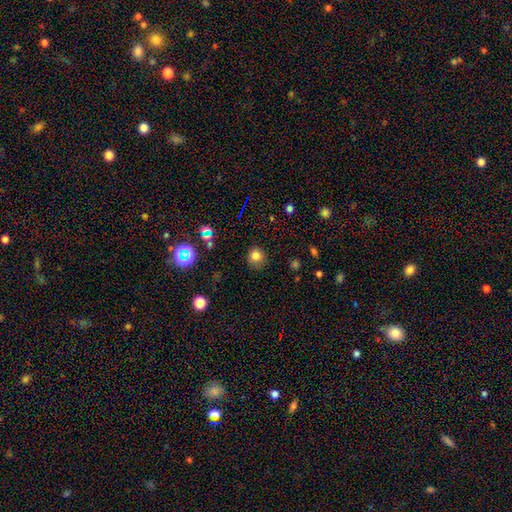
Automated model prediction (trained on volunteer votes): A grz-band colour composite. It shows a smooth galaxy with no disk features (79%) that is round (91%). Merging: none (86%).